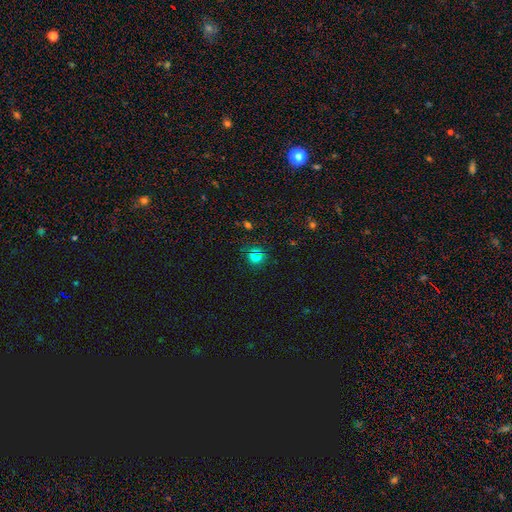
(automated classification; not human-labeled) smooth 68%, star or artifact 25%, featured or disk 7%. Down the decision tree: how rounded — round (87%); merging — none (80%).